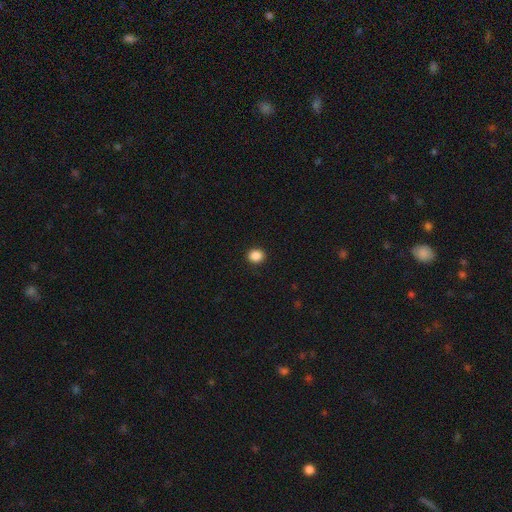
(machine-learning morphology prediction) Smooth or featured? Predicted: smooth (p=0.88). How rounded? Predicted: round (p=0.74). Merging? Predicted: none (p=0.91).